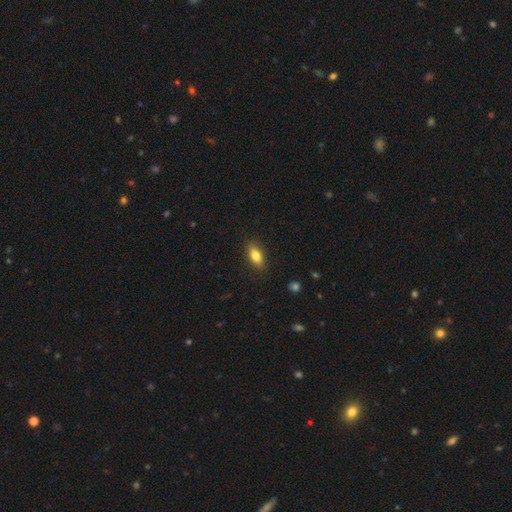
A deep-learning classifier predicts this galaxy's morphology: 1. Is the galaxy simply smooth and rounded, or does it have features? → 78% smooth, 14% featured or disk, 7% star or artifact.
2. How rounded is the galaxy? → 79% in between, 16% cigar-shaped, 4% round.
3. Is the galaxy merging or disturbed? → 86% none, 10% minor disturbance, 2% major disturbance, 1% merger.